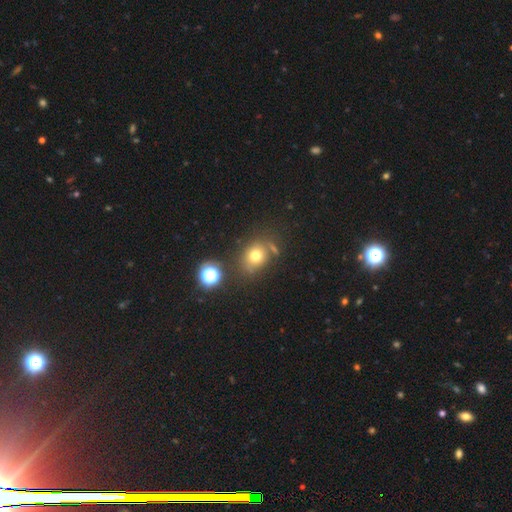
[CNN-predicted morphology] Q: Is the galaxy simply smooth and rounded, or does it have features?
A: smooth — 71%.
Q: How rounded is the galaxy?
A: round — 61%.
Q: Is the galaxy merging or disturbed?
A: none — 68%.